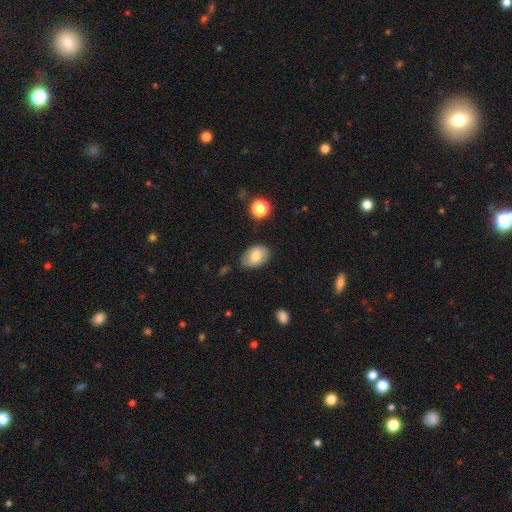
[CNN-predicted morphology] A smooth galaxy with no disk features (75%) that is in between round and cigar-shaped (83%). Merging: none (72%).